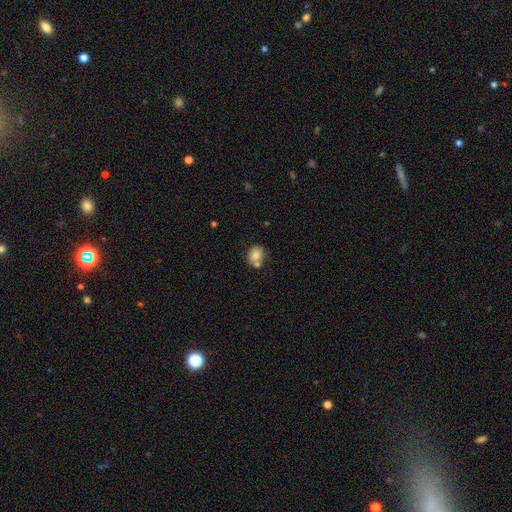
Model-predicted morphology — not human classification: Smooth or featured?
  - smooth: 79% *
  - featured or disk: 12%
  - star or artifact: 9%
How rounded?
  - round: 59% *
  - in between: 40%
  - cigar-shaped: 1%
Merging?
  - none: 57% *
  - merger: 25%
  - minor disturbance: 14%
  - major disturbance: 4%